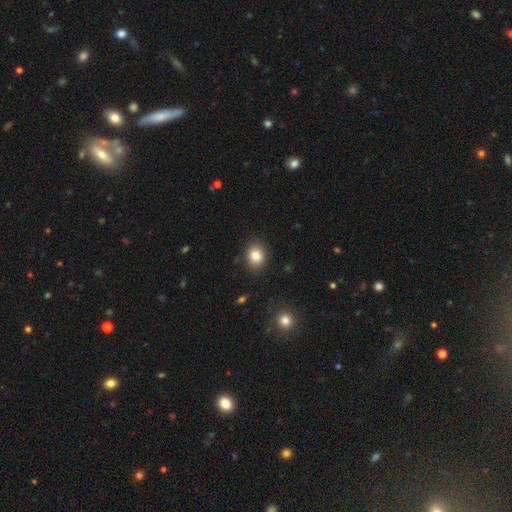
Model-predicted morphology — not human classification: Smooth or featured?
  - smooth: 84% *
  - star or artifact: 10%
  - featured or disk: 6%
How rounded?
  - round: 55% *
  - in between: 44%
  - cigar-shaped: 1%
Merging?
  - none: 87% *
  - minor disturbance: 9%
  - major disturbance: 3%
  - merger: 1%